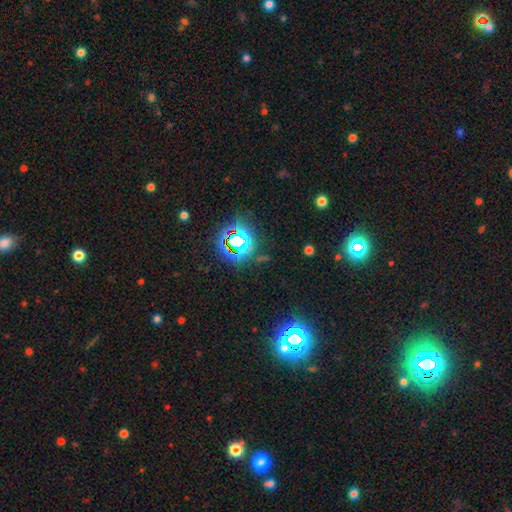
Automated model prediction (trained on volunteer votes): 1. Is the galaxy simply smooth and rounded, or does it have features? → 71% star or artifact, 20% smooth, 9% featured or disk.